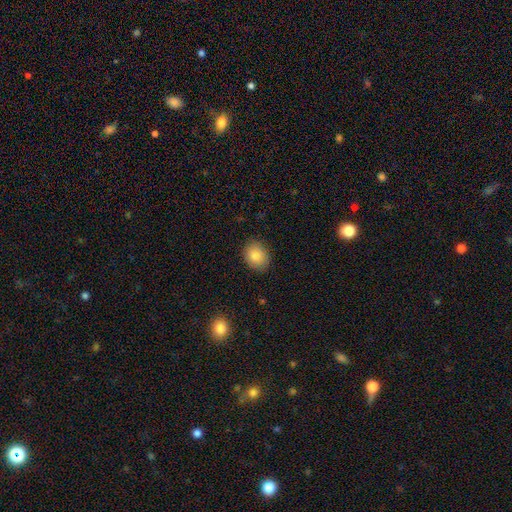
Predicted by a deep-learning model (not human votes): A smooth galaxy with no disk features (87%) that is in between round and cigar-shaped (50%). Merging: none (87%).